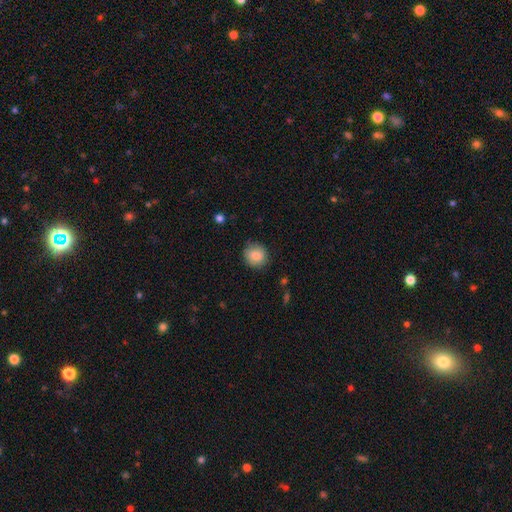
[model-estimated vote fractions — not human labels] Overall: smooth (84%). How rounded: round (85%). Merging: none (81%).